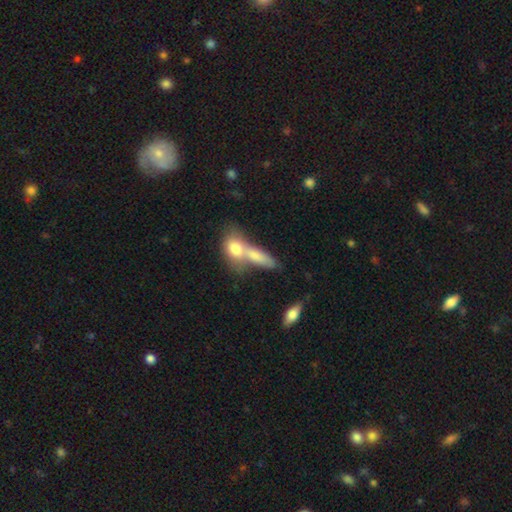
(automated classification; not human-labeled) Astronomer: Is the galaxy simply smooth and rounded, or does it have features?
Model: smooth — 74%.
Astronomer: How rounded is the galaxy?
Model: in between — 64%.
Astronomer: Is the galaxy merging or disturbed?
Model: merger — 61%.